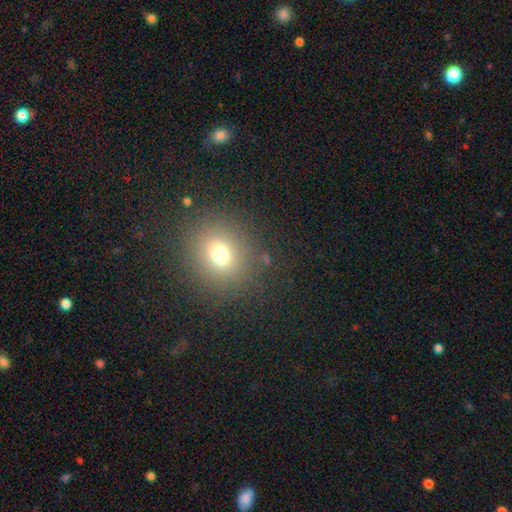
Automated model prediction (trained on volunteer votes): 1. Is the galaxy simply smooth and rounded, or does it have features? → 68% smooth, 24% star or artifact, 8% featured or disk.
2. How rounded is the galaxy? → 81% round, 18% in between, 1% cigar-shaped.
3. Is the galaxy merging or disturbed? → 91% none, 6% minor disturbance, 2% major disturbance, 1% merger.